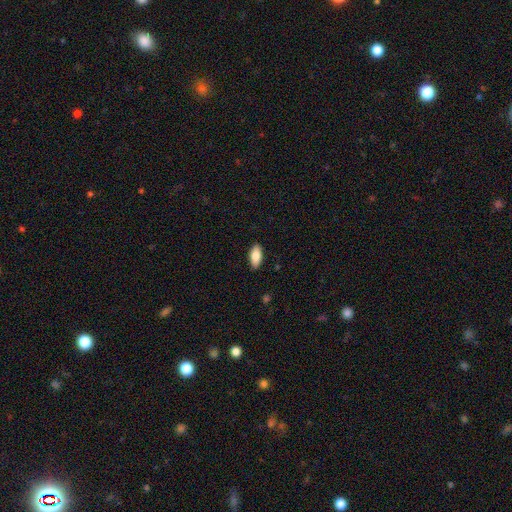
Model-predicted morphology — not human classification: Smooth or featured? Predicted: smooth (p=0.82). How rounded? Predicted: in between (p=0.87). Merging? Predicted: none (p=0.89).